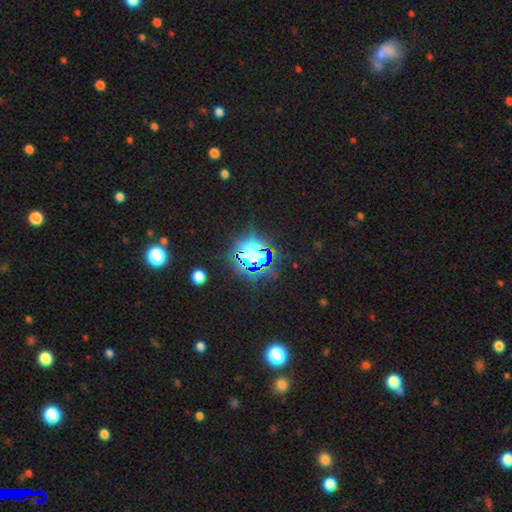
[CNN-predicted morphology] Smooth or featured?
  - star or artifact: 72% *
  - smooth: 17%
  - featured or disk: 11%